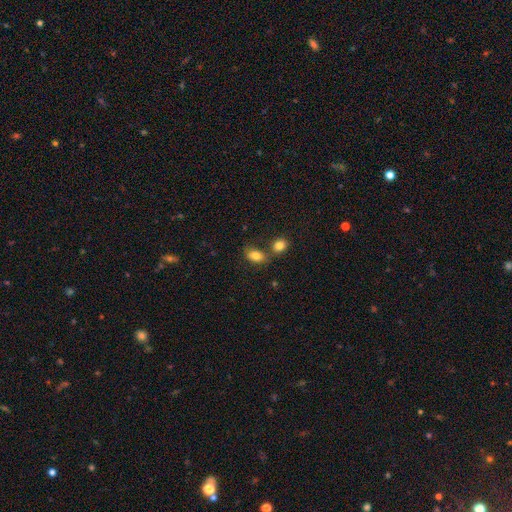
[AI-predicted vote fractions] Smooth or featured?
  - smooth: 83% *
  - star or artifact: 9%
  - featured or disk: 8%
How rounded?
  - in between: 84% *
  - round: 14%
  - cigar-shaped: 2%
Merging?
  - none: 48% *
  - merger: 33%
  - minor disturbance: 14%
  - major disturbance: 5%